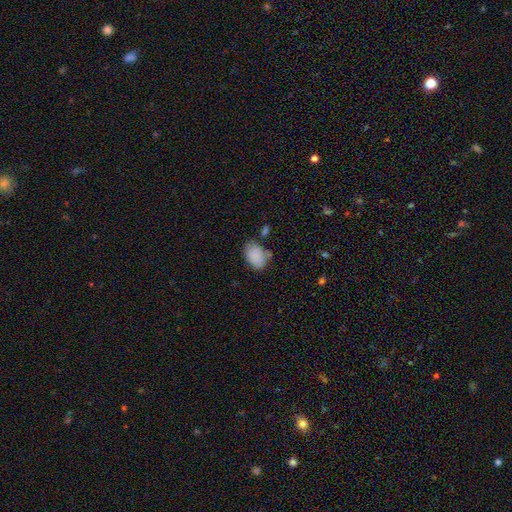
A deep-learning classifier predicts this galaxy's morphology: smooth 83%, featured or disk 9%, star or artifact 8%. Down the decision tree: how rounded — in between (84%); merging — none (56%).